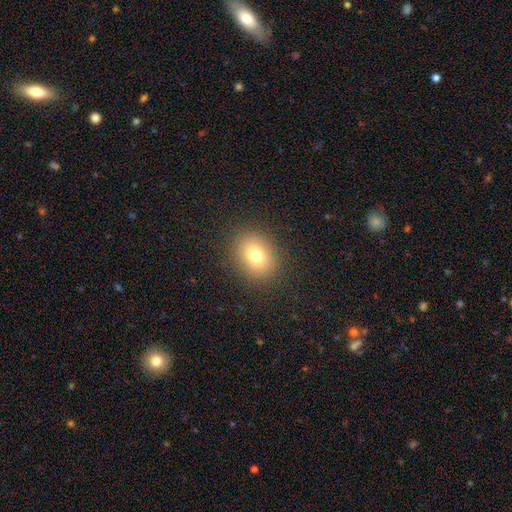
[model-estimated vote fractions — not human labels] This appears to be a smooth galaxy with no disk features (76%) that is round (52%). Merging: none (88%).